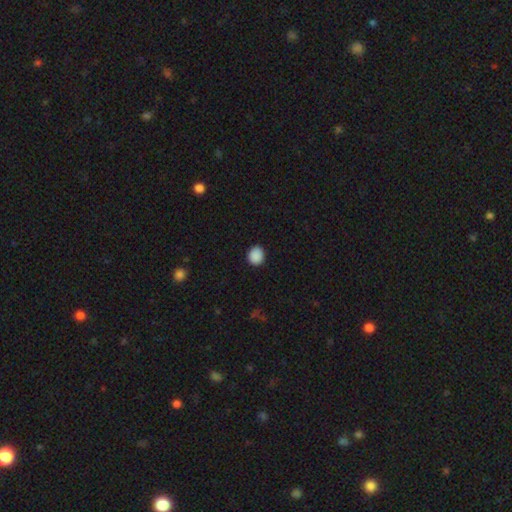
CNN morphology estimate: smooth_or_featured: smooth (p=0.89) [alt: star or artifact p=0.09]
how_rounded: round (p=0.76) [alt: in between p=0.23]
merging: none (p=0.90) [alt: minor disturbance p=0.07]